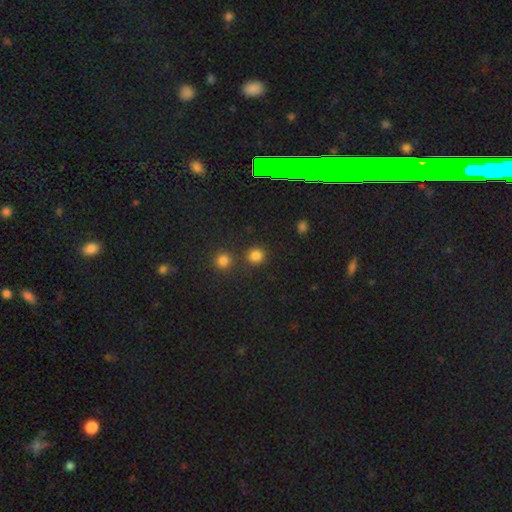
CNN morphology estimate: This appears to be a smooth galaxy with no disk features (81%) that is round (90%). Merging: none (79%).